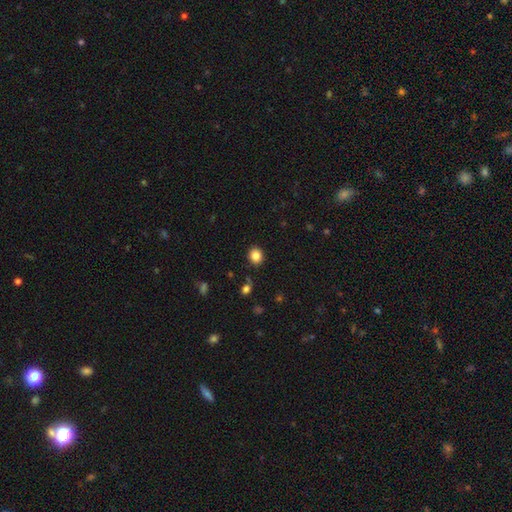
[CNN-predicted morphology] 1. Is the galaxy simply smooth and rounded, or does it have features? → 84% smooth, 11% star or artifact, 5% featured or disk.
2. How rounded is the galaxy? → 73% round, 27% in between, 1% cigar-shaped.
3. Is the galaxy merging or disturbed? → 88% none, 8% minor disturbance, 2% major disturbance, 2% merger.